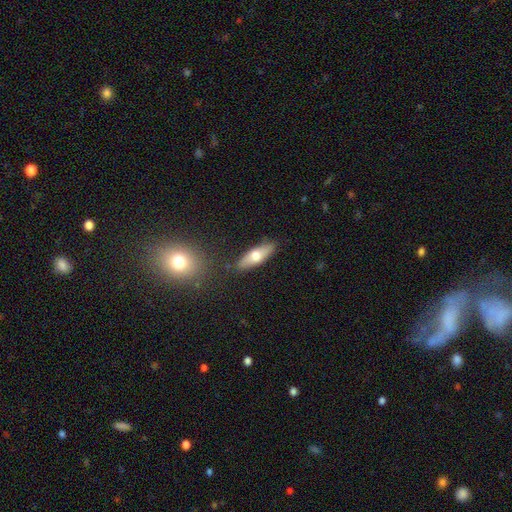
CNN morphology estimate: Q: Smooth or featured?
A: smooth (61%); runner-up: featured or disk (33%)
Q: How rounded?
A: in between (50%); runner-up: cigar-shaped (48%)
Q: Merging?
A: none (85%); runner-up: minor disturbance (10%)